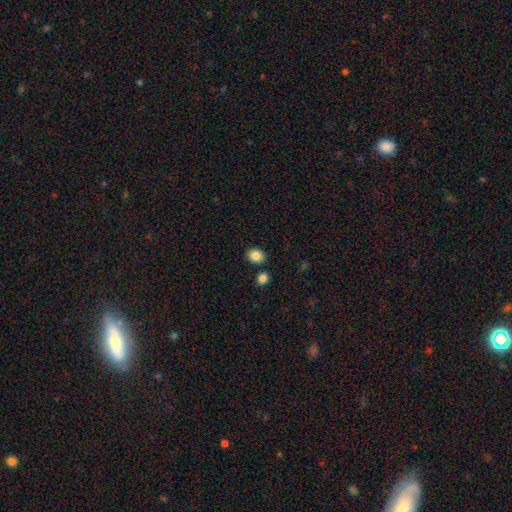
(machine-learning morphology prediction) This appears to be a smooth galaxy with no disk features (86%) that is in between round and cigar-shaped (53%). Merging: none (82%).